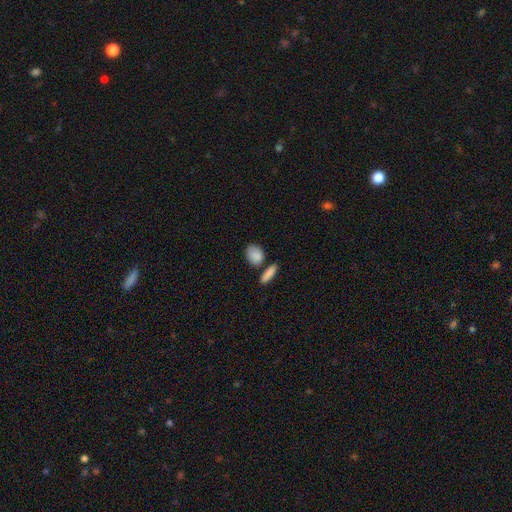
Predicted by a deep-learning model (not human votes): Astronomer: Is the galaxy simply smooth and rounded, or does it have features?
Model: smooth — 87%.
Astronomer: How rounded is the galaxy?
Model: in between — 75%.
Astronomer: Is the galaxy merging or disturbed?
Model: none — 65%.